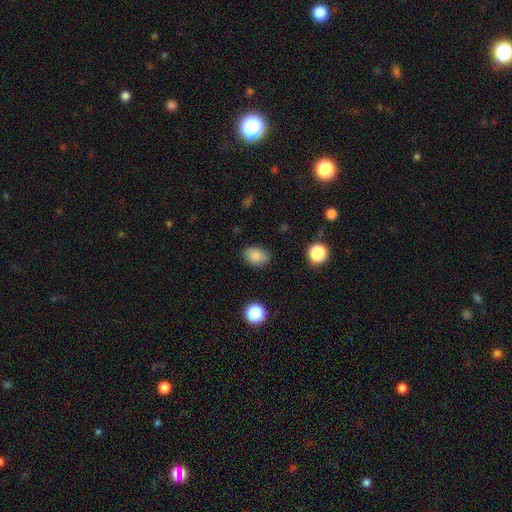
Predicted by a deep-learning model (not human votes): A smooth galaxy with no disk features (85%) that is in between round and cigar-shaped (76%). Merging: none (79%).